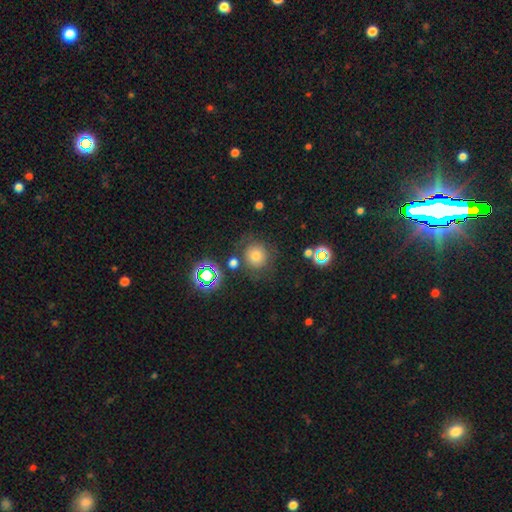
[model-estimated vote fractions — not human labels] Overall: smooth (65%). How rounded: round (88%). Merging: none (73%).